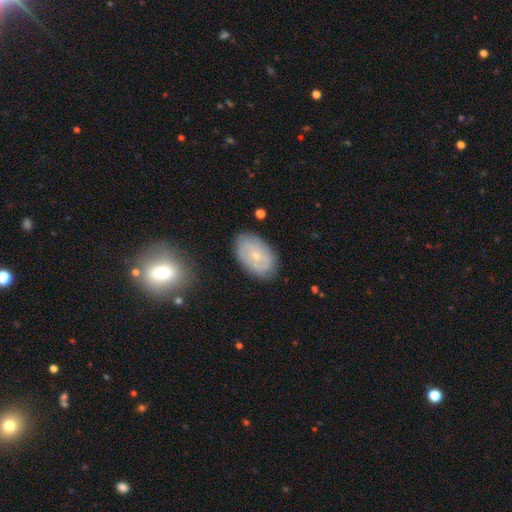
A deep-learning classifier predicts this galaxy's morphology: smooth-or-featured: smooth: 49% | featured or disk: 43% | star or artifact: 7%
  merging: none: 81% | minor disturbance: 14% | major disturbance: 3% | merger: 2%